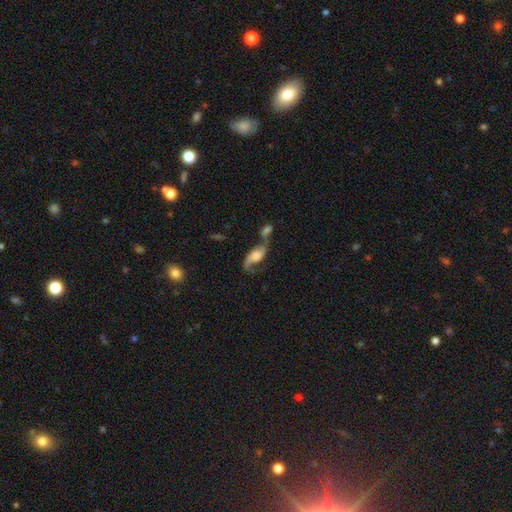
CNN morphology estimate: Overall: featured or disk (72%). Edge-on disk: no (91%). Bar: no (59%; weak 32%). Spiral arms: yes (91%). Spiral arm count: 2 (84%). Spiral winding: loose (73%). Bulge size: large (36%; moderate 25%). Merging: merger (46%; none 29%).